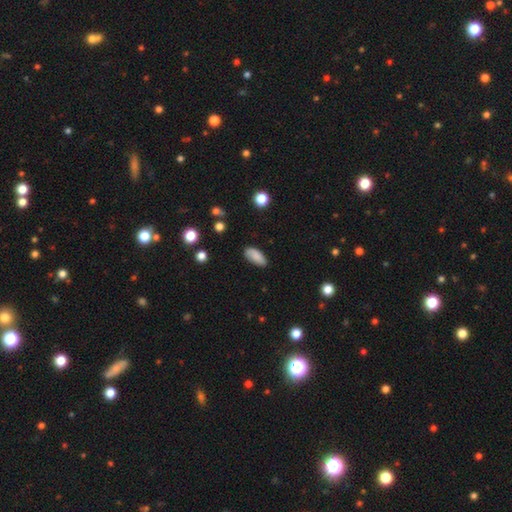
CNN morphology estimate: smooth-or-featured: smooth: 84% | featured or disk: 8% | star or artifact: 8%
  how-rounded: in between: 87% | cigar-shaped: 10% | round: 3%
  merging: none: 77% | minor disturbance: 18% | major disturbance: 4% | merger: 2%